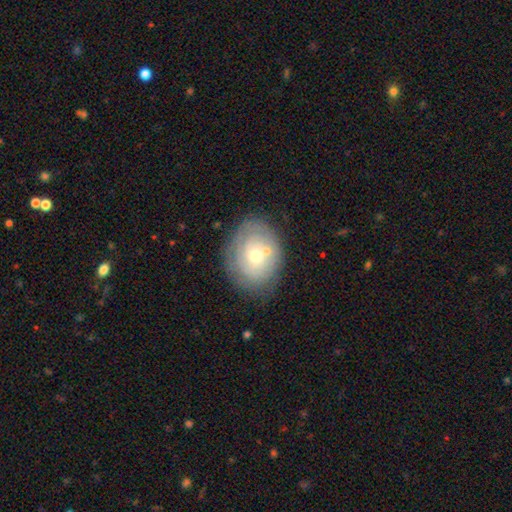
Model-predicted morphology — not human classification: Smooth or featured: featured or disk — 64% (smooth — 29%)
Edge-on disk: no — 96% (yes — 4%)
Bar: no — 80% (weak — 17%)
Spiral arms: yes — 74% (no — 26%)
Bulge size: small — 54% (moderate — 42%)
Merging: none — 72% (minor disturbance — 17%)